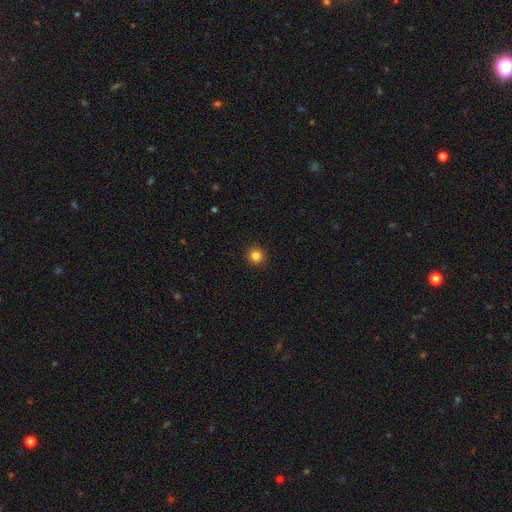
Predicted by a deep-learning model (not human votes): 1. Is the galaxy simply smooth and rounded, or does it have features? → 85% smooth, 12% star or artifact, 4% featured or disk.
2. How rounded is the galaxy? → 94% round, 5% in between, 1% cigar-shaped.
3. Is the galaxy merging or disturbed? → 93% none, 4% minor disturbance, 2% major disturbance, 1% merger.